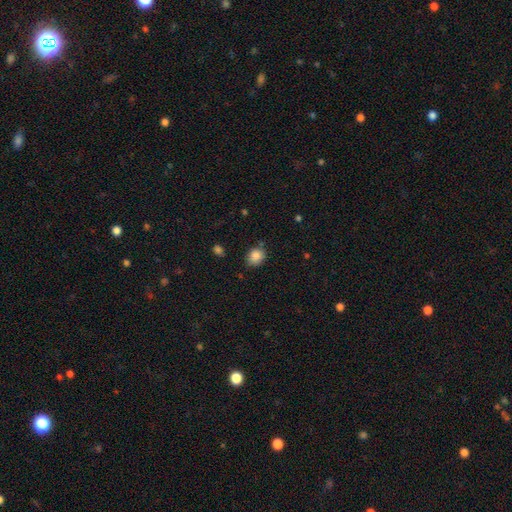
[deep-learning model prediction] Smooth or featured? Predicted: smooth (p=0.85). How rounded? Predicted: round (p=0.65). Merging? Predicted: none (p=0.76).